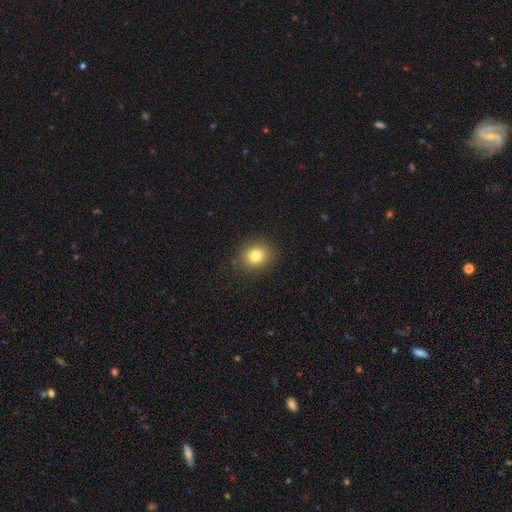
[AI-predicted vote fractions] Overall: smooth (80%). How rounded: round (77%). Merging: none (89%).